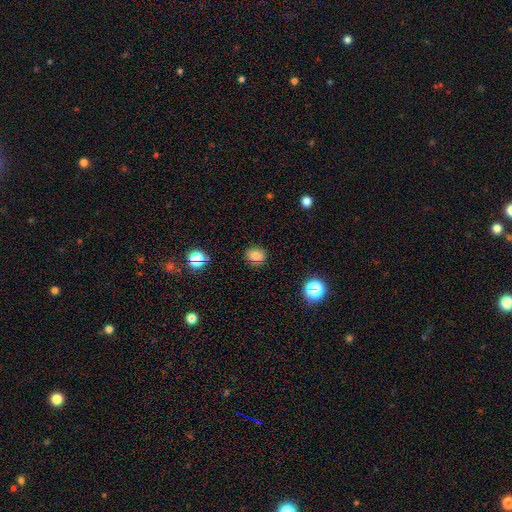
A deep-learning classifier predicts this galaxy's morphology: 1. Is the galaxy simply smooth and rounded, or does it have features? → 78% smooth, 14% star or artifact, 8% featured or disk.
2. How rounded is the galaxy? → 59% round, 40% in between, 1% cigar-shaped.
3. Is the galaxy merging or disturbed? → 85% none, 11% minor disturbance, 3% major disturbance, 2% merger.